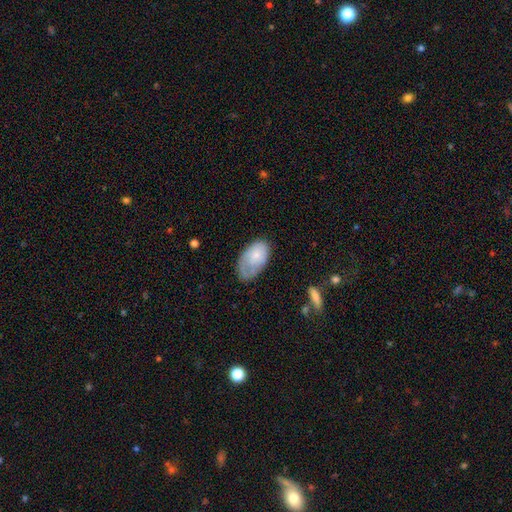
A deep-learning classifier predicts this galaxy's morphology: smooth-or-featured: smooth: 68% | featured or disk: 26% | star or artifact: 6%
  how-rounded: in between: 94% | round: 5% | cigar-shaped: 1%
  merging: none: 48% | minor disturbance: 34% | major disturbance: 16% | merger: 2%